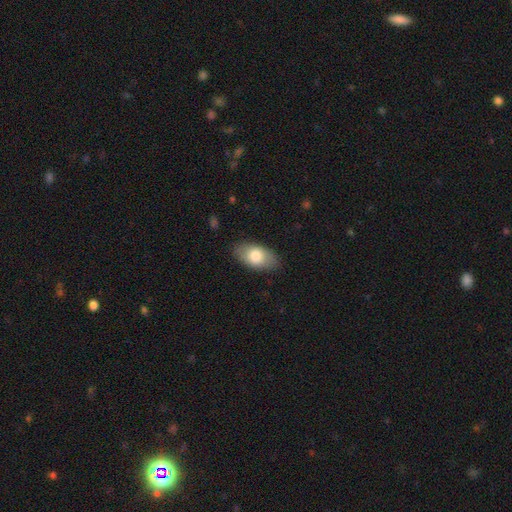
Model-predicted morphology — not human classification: type=smooth (78%); roundness=in between (93%); merging=none (85%).